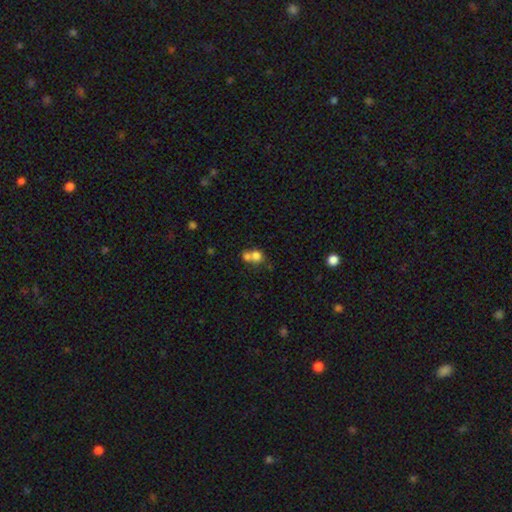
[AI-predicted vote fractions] Q: Smooth or featured?
A: smooth (74%); runner-up: featured or disk (14%)
Q: How rounded?
A: round (78%); runner-up: in between (21%)
Q: Merging?
A: merger (60%); runner-up: none (31%)